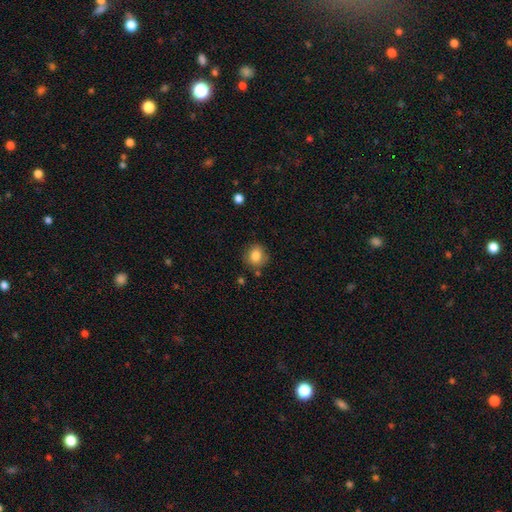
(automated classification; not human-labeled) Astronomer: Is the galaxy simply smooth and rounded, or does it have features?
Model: smooth — 84%.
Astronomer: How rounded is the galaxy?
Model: round — 77%.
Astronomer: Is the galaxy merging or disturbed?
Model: none — 80%.